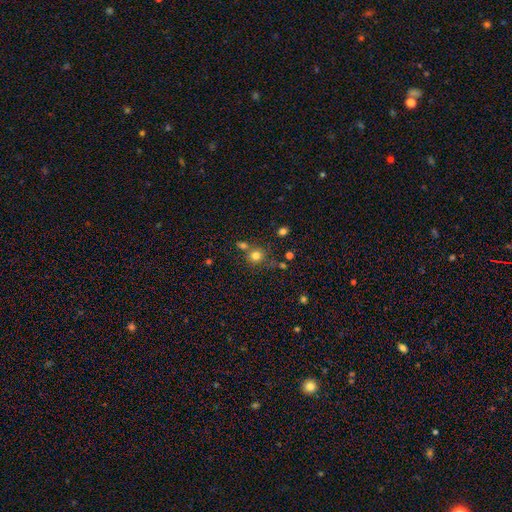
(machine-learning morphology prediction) smooth-or-featured: smooth: 77% | star or artifact: 15% | featured or disk: 8%
  how-rounded: round: 89% | in between: 10% | cigar-shaped: 1%
  merging: none: 65% | merger: 19% | minor disturbance: 11% | major disturbance: 5%